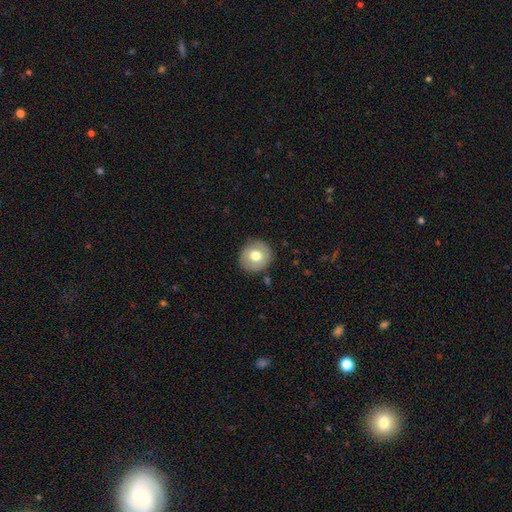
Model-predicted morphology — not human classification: A smooth galaxy with no disk features (71%) that is round (90%).

Vote fractions:
- Smooth or featured? smooth: 71% / featured or disk: 21% / star or artifact: 8%
- How rounded? round: 90% / in between: 9% / cigar-shaped: 1%
- Merging? none: 87% / minor disturbance: 9% / major disturbance: 3% / merger: 1%